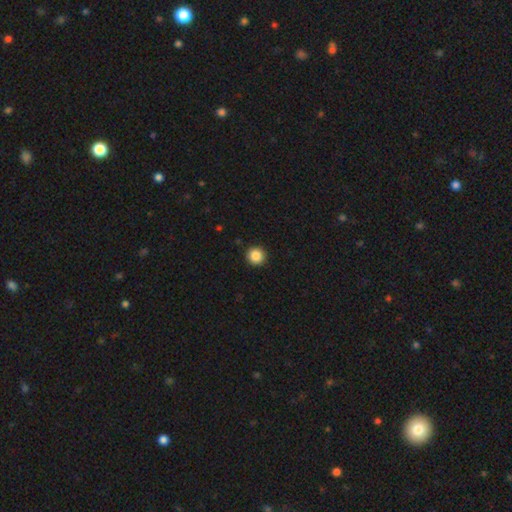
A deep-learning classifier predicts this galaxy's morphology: Smooth or featured? smooth (87%)
How rounded? round (95%)
Merging? none (92%)